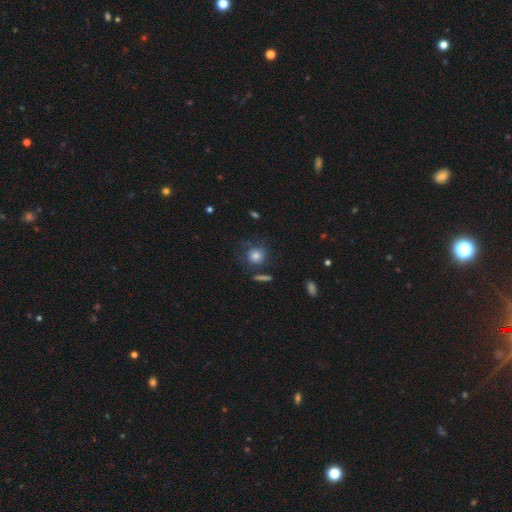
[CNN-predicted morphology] Smooth or featured? smooth (76%)
How rounded? round (86%)
Merging? none (67%)